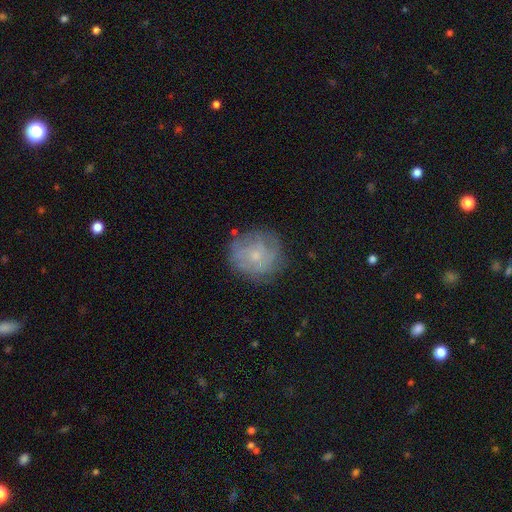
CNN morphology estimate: Smooth or featured: featured or disk — 48% (smooth — 42%)
Merging: none — 74% (minor disturbance — 17%)